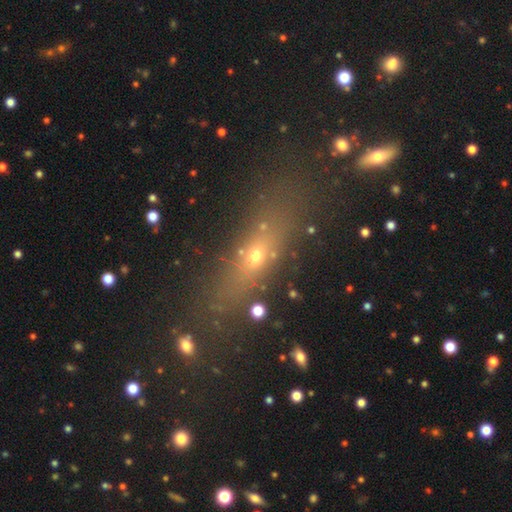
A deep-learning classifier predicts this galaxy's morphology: Smooth or featured: smooth — 55% (featured or disk — 24%)
How rounded: in between — 48% (cigar-shaped — 39%)
Merging: none — 64% (minor disturbance — 16%)